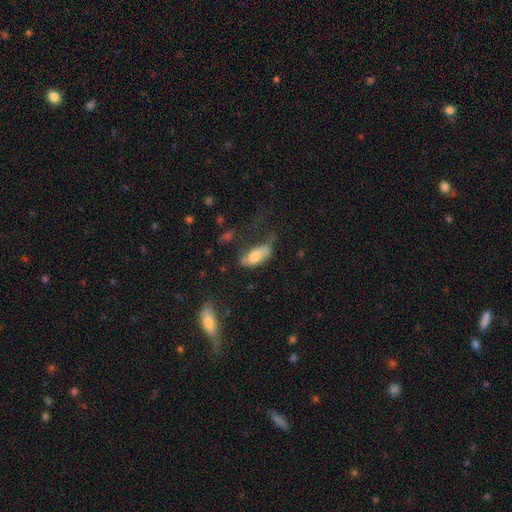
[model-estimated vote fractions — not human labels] Smooth or featured? smooth (73%)
How rounded? in between (85%)
Merging? none (32%, tied with minor disturbance)